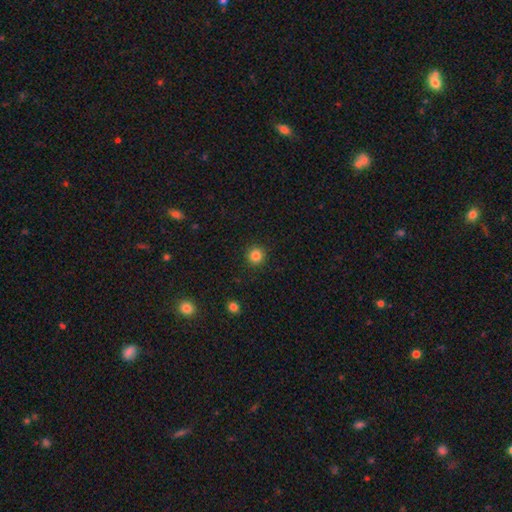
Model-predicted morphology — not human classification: This appears to be a smooth galaxy with no disk features (84%) that is round (94%). Merging: none (92%).